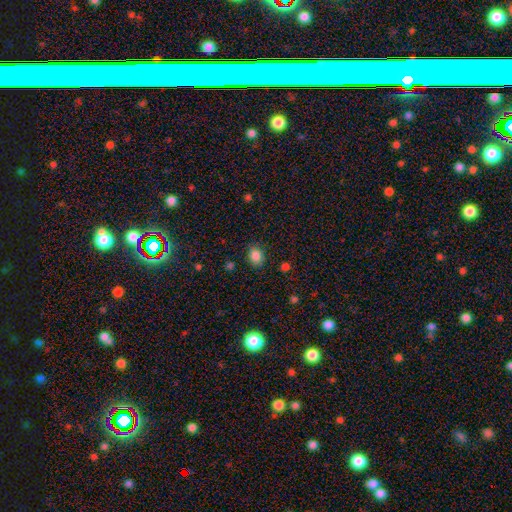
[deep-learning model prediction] smooth 84%, star or artifact 11%, featured or disk 5%. Down the decision tree: how rounded — in between (50%); merging — none (84%).